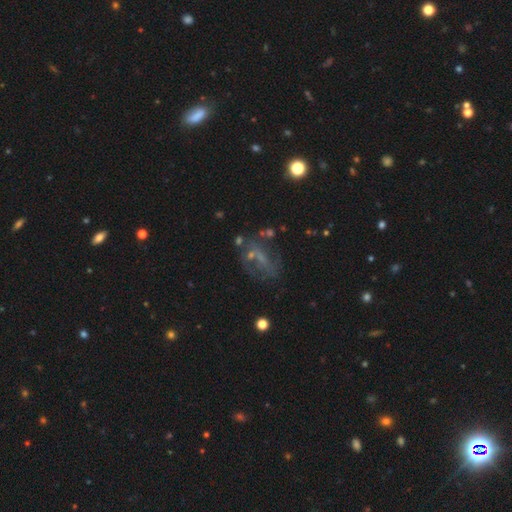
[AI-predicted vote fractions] This is possibly a featured or disk galaxy (48%). Merging: possibly none (48%).